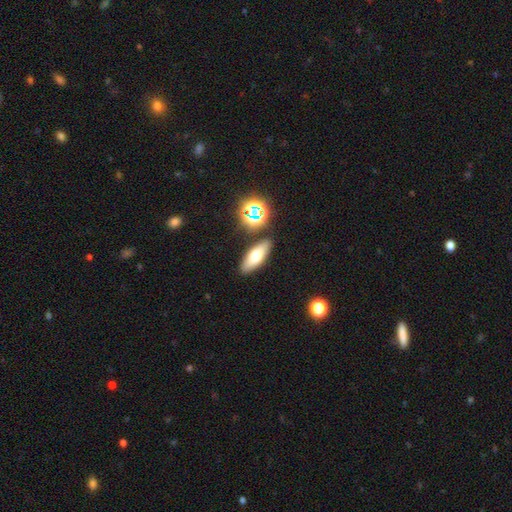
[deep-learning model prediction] smooth-or-featured: smooth: 64% | featured or disk: 24% | star or artifact: 11%
  how-rounded: in between: 64% | cigar-shaped: 31% | round: 5%
  merging: none: 85% | minor disturbance: 8% | merger: 4% | major disturbance: 2%